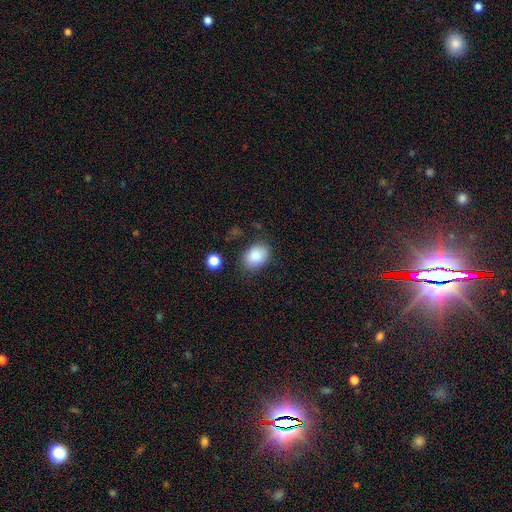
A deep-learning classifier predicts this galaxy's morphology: The model was most divided on "how rounded": in between: 72%, round: 27%, cigar-shaped: 1%. More confident: smooth or featured — smooth (86%); merging — none (76%).